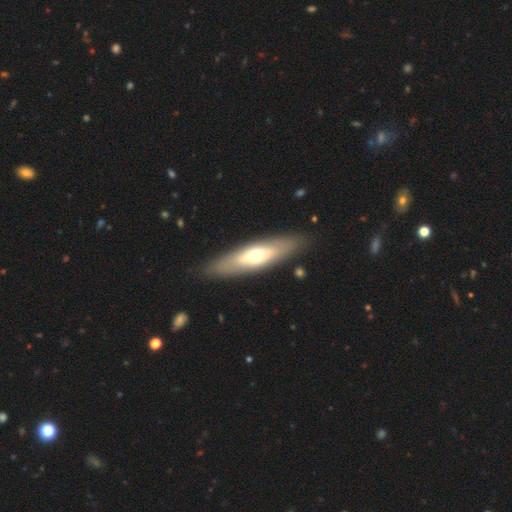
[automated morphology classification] This is possibly a smooth galaxy (51%). How rounded: possibly cigar-shaped (55%). Merging: clearly none (87%).